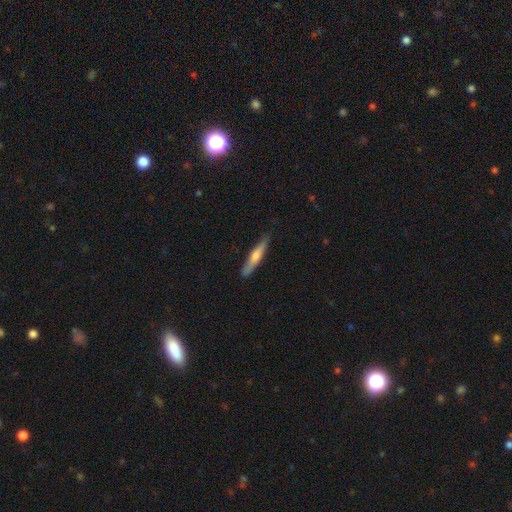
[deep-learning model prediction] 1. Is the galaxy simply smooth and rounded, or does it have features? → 48% smooth, 46% featured or disk, 6% star or artifact.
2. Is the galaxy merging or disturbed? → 86% none, 11% minor disturbance, 2% major disturbance, 1% merger.